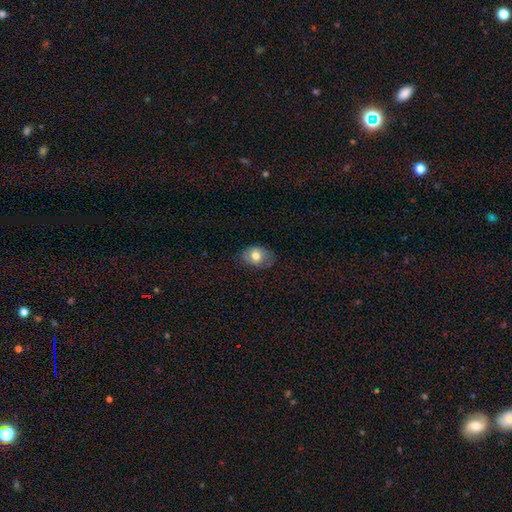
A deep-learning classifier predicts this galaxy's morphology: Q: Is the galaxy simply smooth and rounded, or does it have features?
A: smooth — 71%.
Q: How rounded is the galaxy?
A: in between — 72%.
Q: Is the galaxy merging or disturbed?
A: none — 75%.